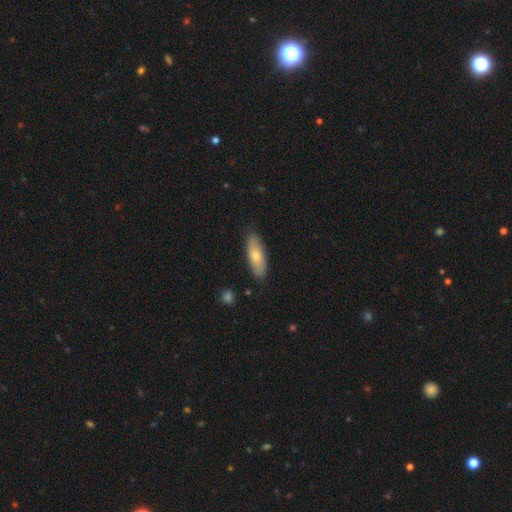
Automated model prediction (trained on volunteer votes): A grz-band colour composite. It shows a smooth galaxy with no disk features (64%) that is in between round and cigar-shaped (54%). Merging: none (86%).